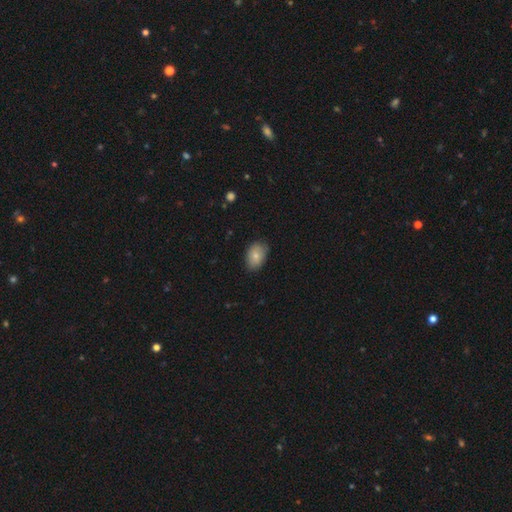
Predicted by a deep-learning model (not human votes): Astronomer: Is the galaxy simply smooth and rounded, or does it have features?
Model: smooth — 78%.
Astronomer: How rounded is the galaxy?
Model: in between — 83%.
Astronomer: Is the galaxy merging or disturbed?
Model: none — 76%.